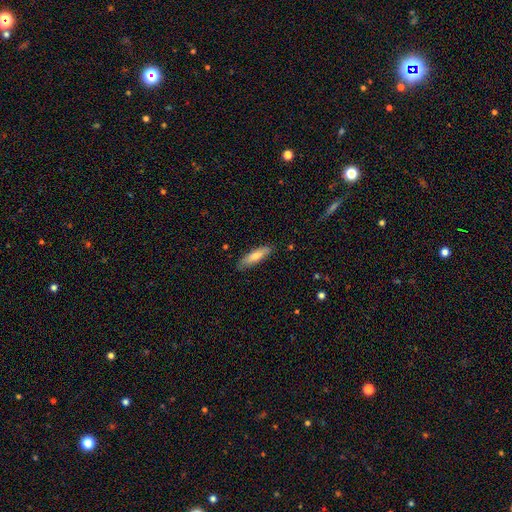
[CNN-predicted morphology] A smooth galaxy with no disk features (70%) that is cigar-shaped (61%). Merging: none (85%).